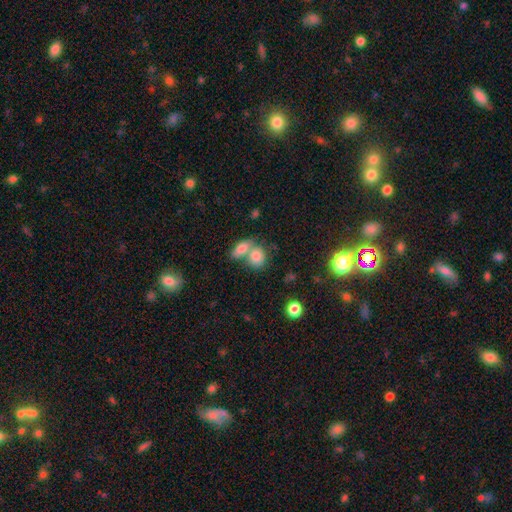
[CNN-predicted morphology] This is clearly a smooth galaxy (82%). How rounded: possibly in between (56%). Merging: possibly merger (51%).